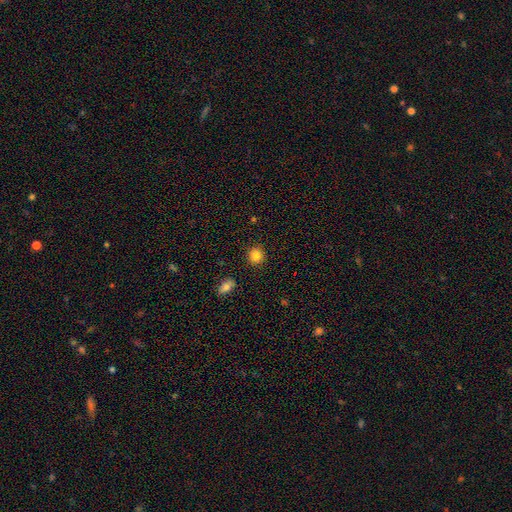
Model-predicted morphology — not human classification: type=smooth (85%); roundness=round (84%); merging=none (90%).